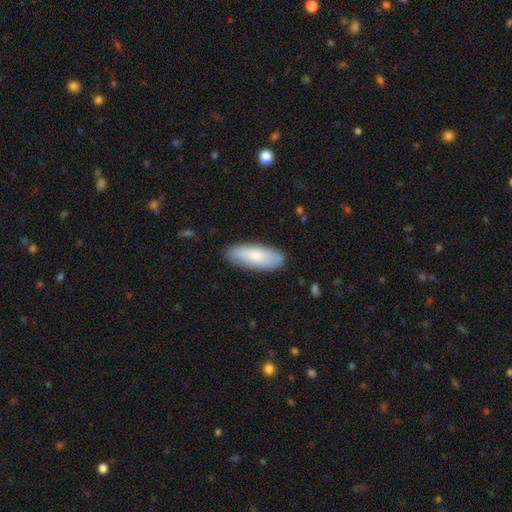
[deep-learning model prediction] smooth 74%, featured or disk 20%, star or artifact 6%. Down the decision tree: how rounded — in between (72%); merging — none (85%).